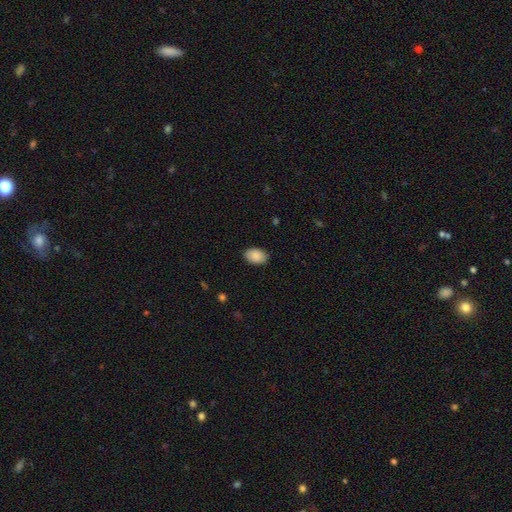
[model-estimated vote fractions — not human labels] Overall: smooth (90%). How rounded: in between (85%). Merging: none (87%).